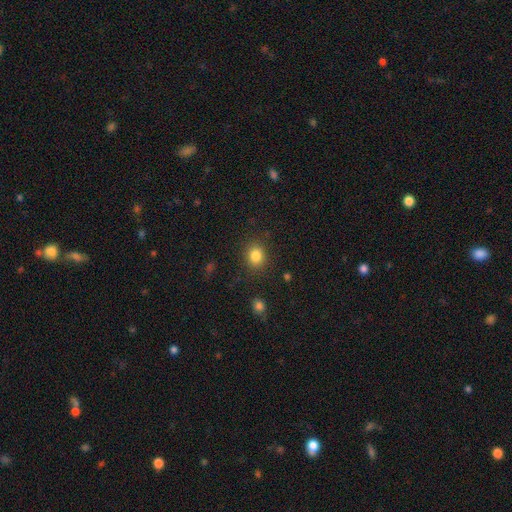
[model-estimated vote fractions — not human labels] Overall: smooth (84%). How rounded: round (67%; in between 33%). Merging: none (86%).